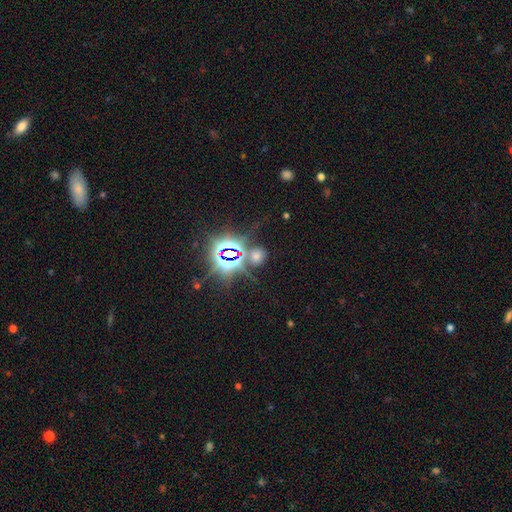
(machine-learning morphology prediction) The model was most divided on "smooth or featured": star or artifact: 61%, smooth: 30%, featured or disk: 9%.